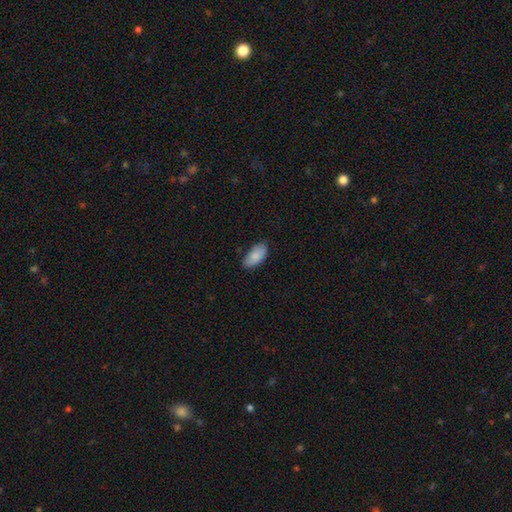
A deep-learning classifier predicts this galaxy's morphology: A smooth galaxy with no disk features (87%) that is in between round and cigar-shaped (93%). Merging: none (79%).